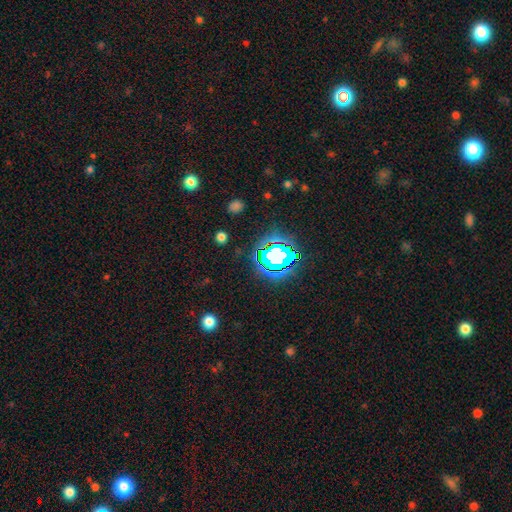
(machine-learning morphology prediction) Smooth or featured? star or artifact (68%)